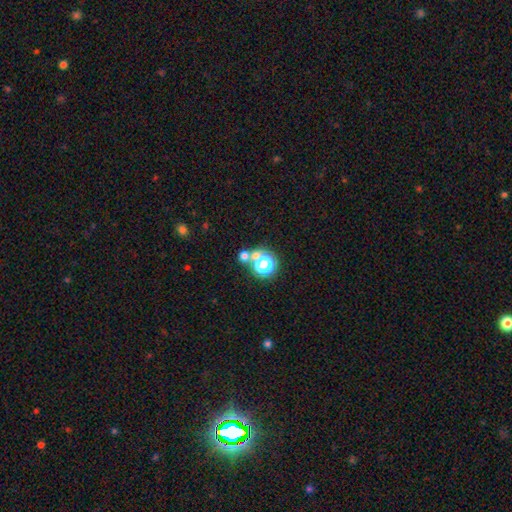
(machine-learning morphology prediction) Smooth or featured: smooth — 54% (star or artifact — 35%)
How rounded: round — 84% (in between — 14%)
Merging: none — 57% (merger — 31%)